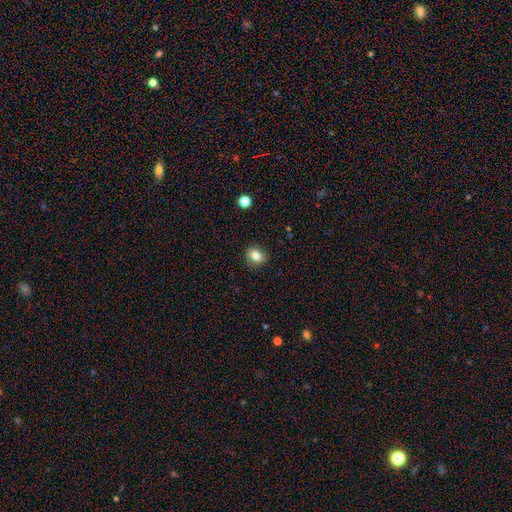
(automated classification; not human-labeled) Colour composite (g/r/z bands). It shows a smooth galaxy with no disk features (78%) that is round (68%). Merging: none (86%).